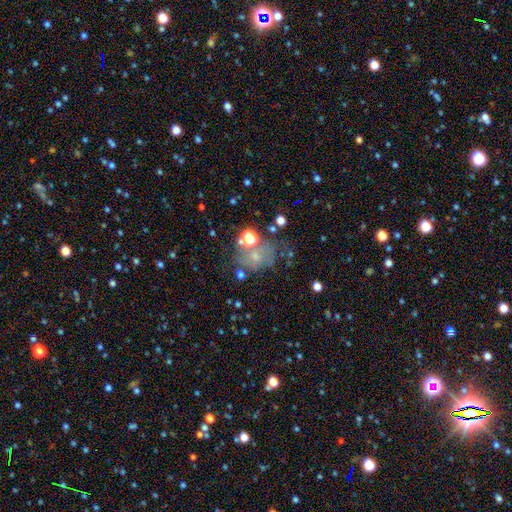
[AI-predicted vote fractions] Smooth or featured: smooth — 42% (star or artifact — 30%)
Merging: none — 49% (minor disturbance — 20%)